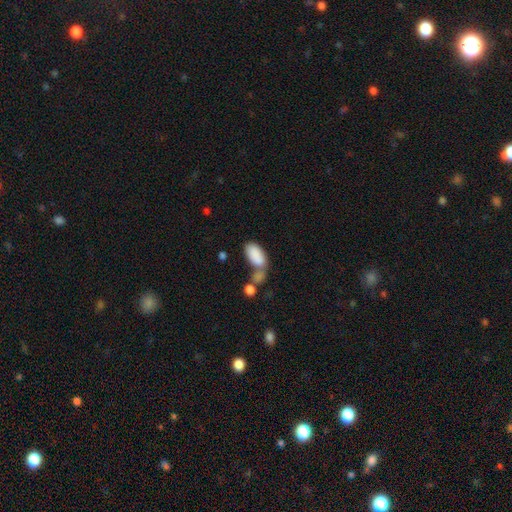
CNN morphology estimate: A smooth galaxy with no disk features (85%) that is in between round and cigar-shaped (94%).

Vote fractions:
- Smooth or featured? smooth: 85% / featured or disk: 8% / star or artifact: 7%
- How rounded? in between: 94% / cigar-shaped: 3% / round: 3%
- Merging? merger: 45% / none: 33% / minor disturbance: 14% / major disturbance: 9%